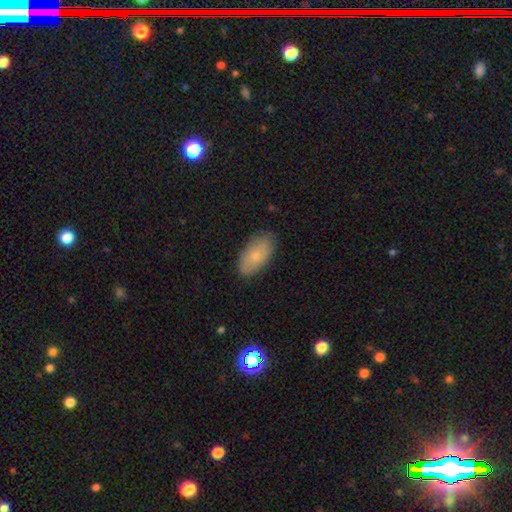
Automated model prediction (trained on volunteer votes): This appears to be a smooth galaxy with no disk features (73%) that is in between round and cigar-shaped (93%). Merging: none (82%).